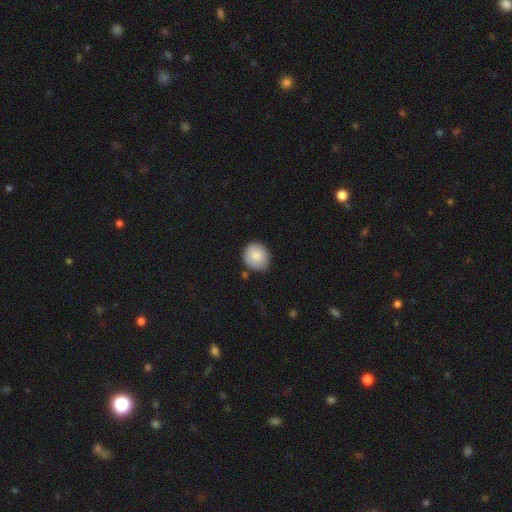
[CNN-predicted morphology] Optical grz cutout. It shows a smooth galaxy with no disk features (84%) that is round (82%). Merging: none (79%).